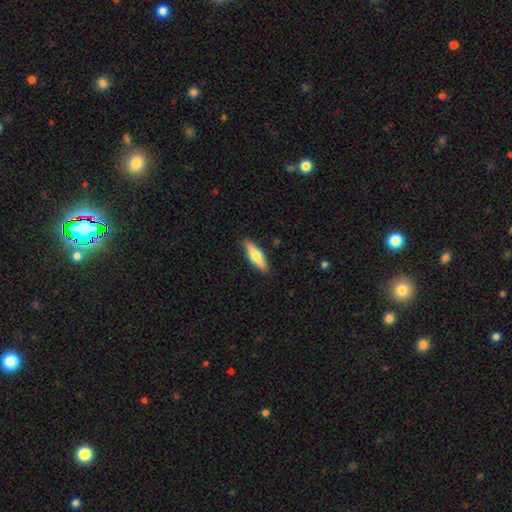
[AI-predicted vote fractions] A smooth galaxy with no disk features (59%) that is cigar-shaped (58%). Merging: none (89%).